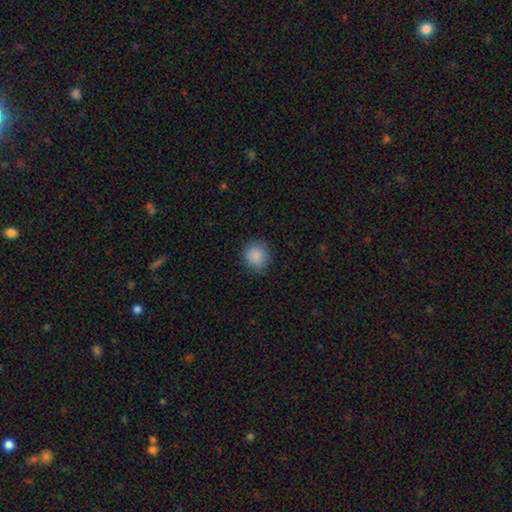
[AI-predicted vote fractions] Morphology: type=smooth (88%); roundness=round (88%); merging=none (87%).